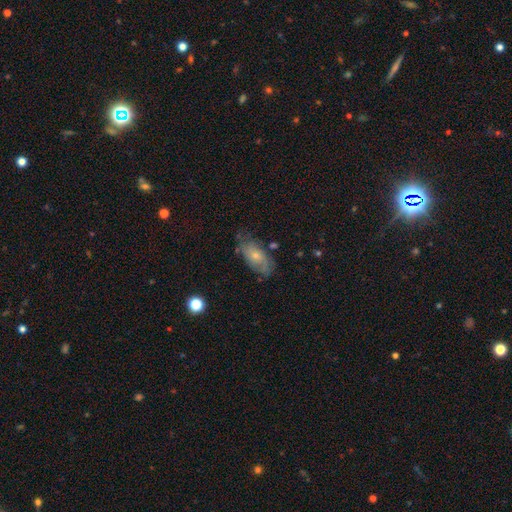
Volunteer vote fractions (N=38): Smooth or featured? featured or disk (71%)
Edge-on disk? no (96%)
Bar? no (77%)
Spiral arms? yes (85%)
Spiral winding? tight (55%)
Spiral arm count? can't tell (41%)
Bulge size? small (65%)
Merging? none (65%)